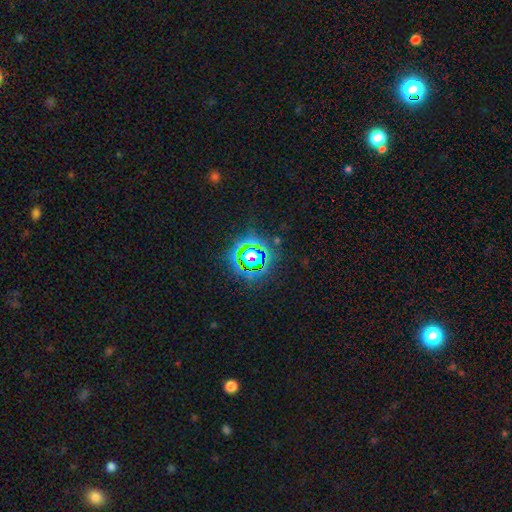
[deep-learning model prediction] smooth-or-featured: star or artifact: 72% | smooth: 17% | featured or disk: 12%